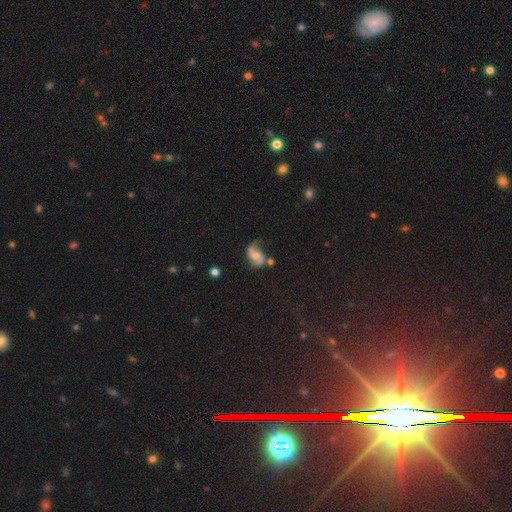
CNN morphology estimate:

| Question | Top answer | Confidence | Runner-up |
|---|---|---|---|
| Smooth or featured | featured or disk | 69% | smooth (21%) |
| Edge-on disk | no | 97% | yes (3%) |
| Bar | no | 56% | weak (36%) |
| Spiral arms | yes | 90% | no (10%) |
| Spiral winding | loose | 53% | medium (35%) |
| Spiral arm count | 2 | 82% | 1 (10%) |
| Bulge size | moderate | 41% | small (38%) |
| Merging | none | 44% | minor disturbance (25%) |